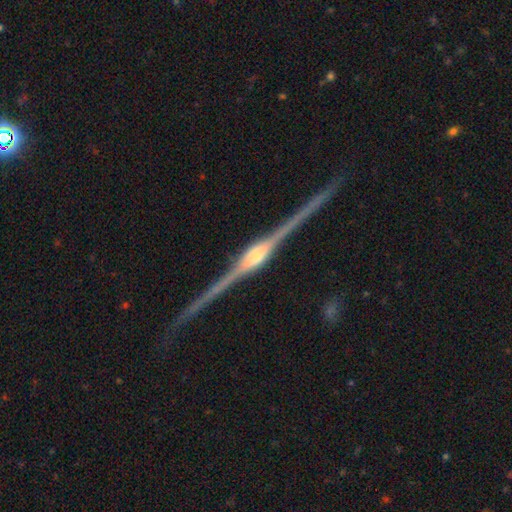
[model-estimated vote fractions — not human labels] A featured or disk galaxy (91%) viewed edge-on (98%) with a rounded central bulge (89%).

Vote fractions:
- Smooth or featured? featured or disk: 91% / star or artifact: 5% / smooth: 4%
- Edge-on disk? yes: 98% / no: 2%
- Edge-on bulge? rounded: 89% / boxy: 8% / none: 3%
- Merging? none: 88% / minor disturbance: 8% / major disturbance: 2% / merger: 1%